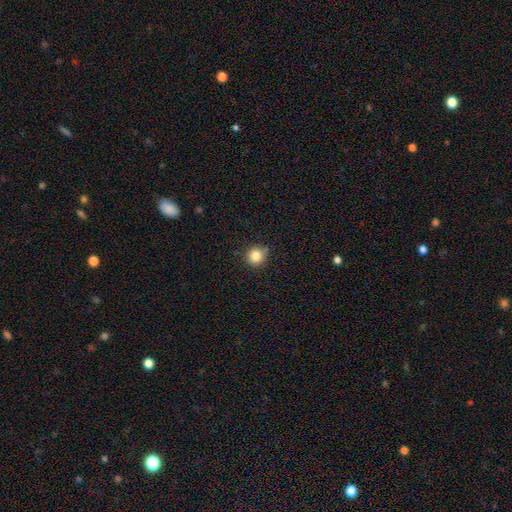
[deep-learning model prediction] Overall: smooth (84%). How rounded: round (92%). Merging: none (81%).